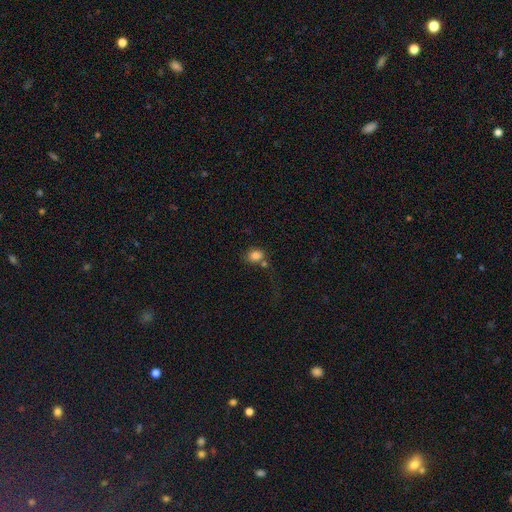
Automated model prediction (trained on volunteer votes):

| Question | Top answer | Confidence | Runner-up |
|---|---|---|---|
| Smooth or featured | smooth | 82% | star or artifact (11%) |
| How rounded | in between | 50% | round (49%) |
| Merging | none | 52% | merger (24%) |